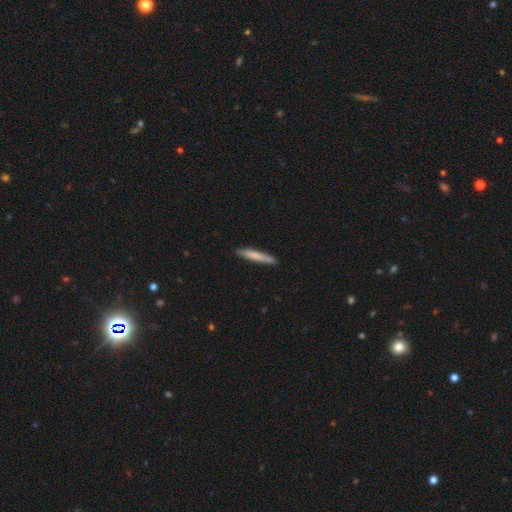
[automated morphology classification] Smooth or featured? Predicted: smooth (p=0.76). How rounded? Predicted: cigar-shaped (p=0.95). Merging? Predicted: none (p=0.88).